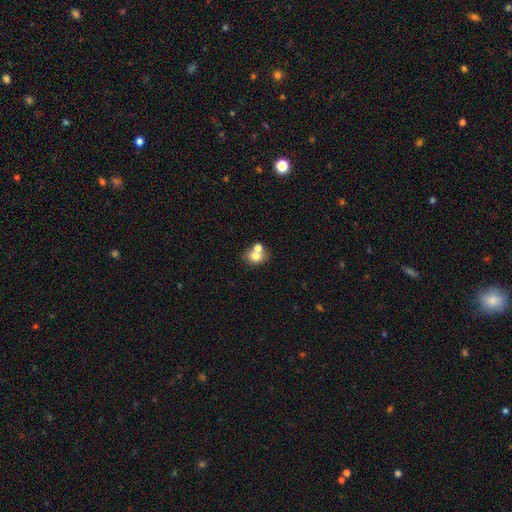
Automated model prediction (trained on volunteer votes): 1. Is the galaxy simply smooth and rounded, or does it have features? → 72% smooth, 17% featured or disk, 11% star or artifact.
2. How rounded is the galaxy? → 61% round, 38% in between, 1% cigar-shaped.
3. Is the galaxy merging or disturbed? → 45% merger, 43% none, 9% minor disturbance, 3% major disturbance.